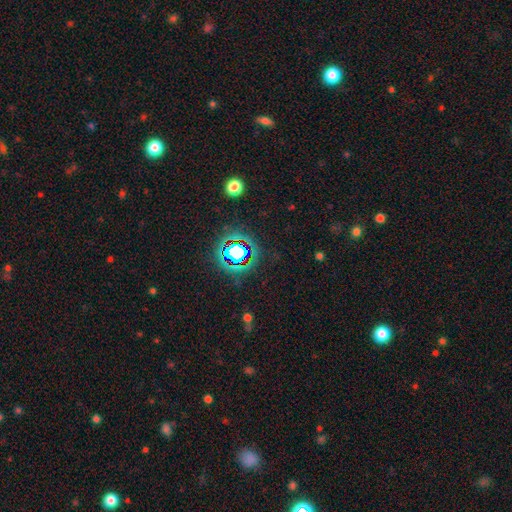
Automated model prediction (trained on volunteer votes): Morphology: type=star or artifact (80%).